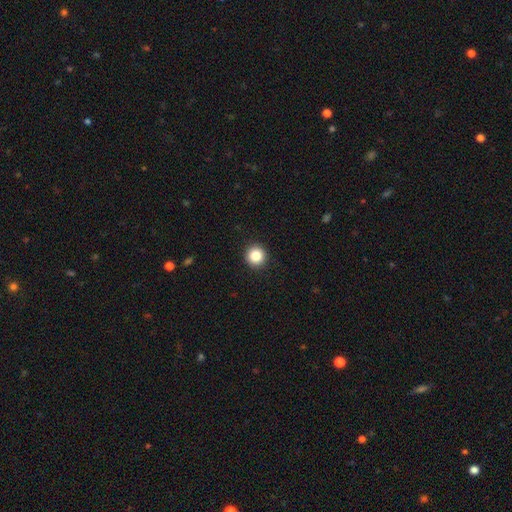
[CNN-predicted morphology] smooth-or-featured: smooth: 85% | star or artifact: 10% | featured or disk: 5%
  how-rounded: round: 94% | in between: 5% | cigar-shaped: 1%
  merging: none: 93% | minor disturbance: 4% | major disturbance: 2% | merger: 1%